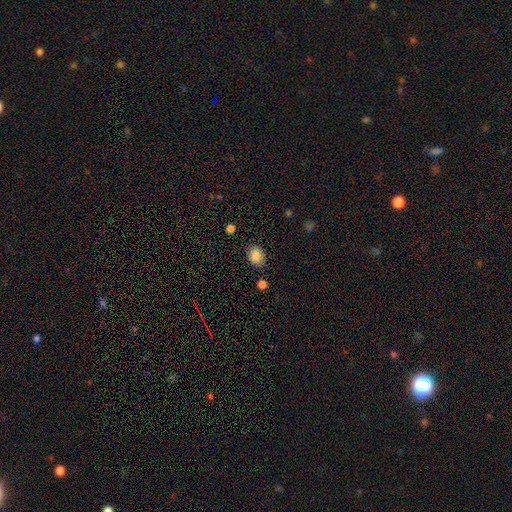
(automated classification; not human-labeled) Morphology: type=smooth (87%); roundness=in between (67%); merging=none (83%).